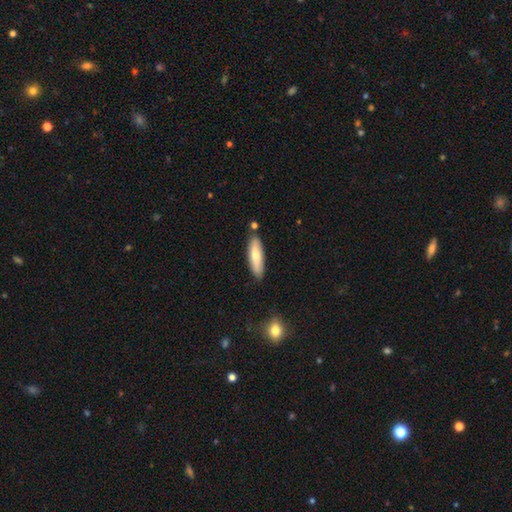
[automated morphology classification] smooth 70%, featured or disk 24%, star or artifact 6%. Down the decision tree: how rounded — cigar-shaped (59%); merging — none (83%).